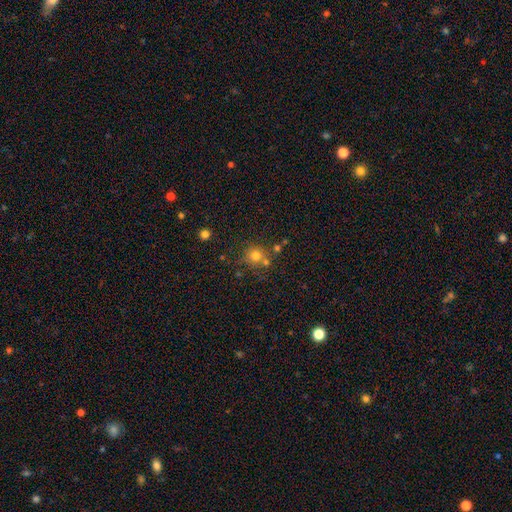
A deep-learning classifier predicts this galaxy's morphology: Smooth or featured? smooth (74%)
How rounded? round (89%)
Merging? none (63%)